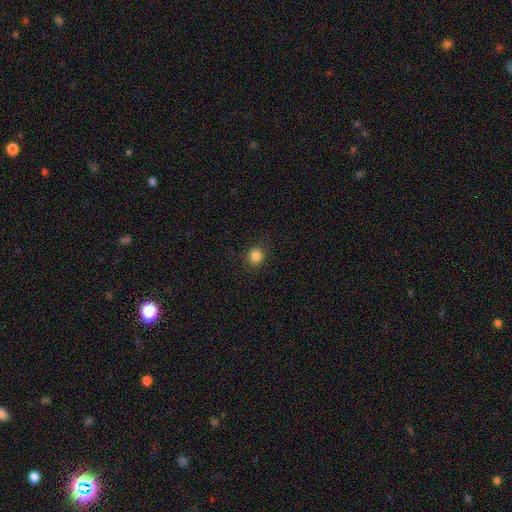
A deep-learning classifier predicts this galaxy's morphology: Smooth or featured: smooth — 84% (star or artifact — 12%)
How rounded: round — 83% (in between — 16%)
Merging: none — 88% (minor disturbance — 8%)